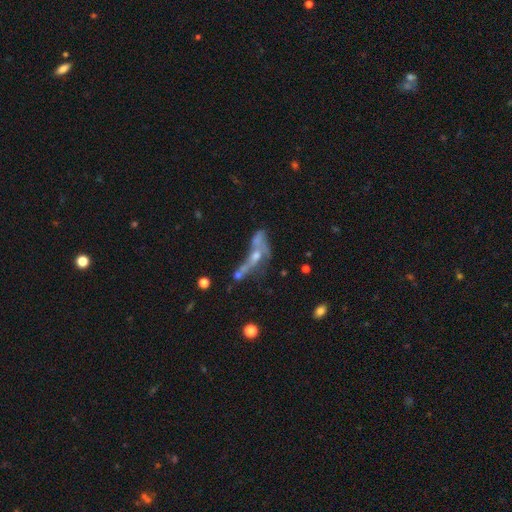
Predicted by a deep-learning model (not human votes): A featured or disk galaxy (57%).

Vote fractions:
- Smooth or featured? featured or disk: 57% / smooth: 25% / star or artifact: 19%
- Edge-on disk? no: 76% / yes: 24%
- Merging? merger: 43% / major disturbance: 25% / none: 22% / minor disturbance: 10%